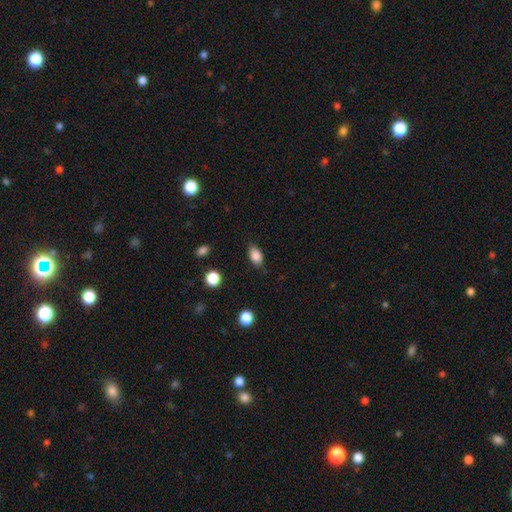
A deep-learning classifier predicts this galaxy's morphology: The model was most divided on "merging": none: 79%, minor disturbance: 16%, major disturbance: 4%, merger: 1%. More confident: how rounded — in between (86%); smooth or featured — smooth (86%).